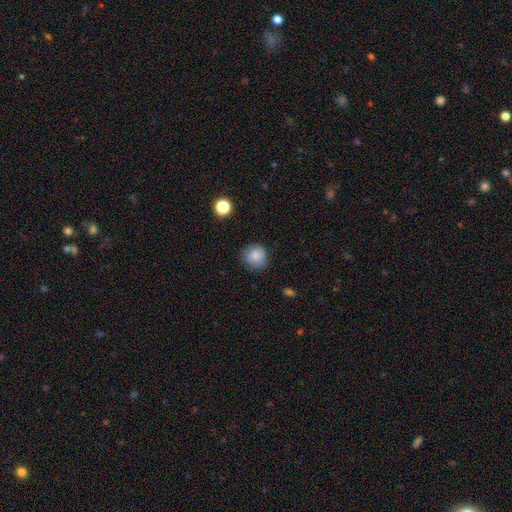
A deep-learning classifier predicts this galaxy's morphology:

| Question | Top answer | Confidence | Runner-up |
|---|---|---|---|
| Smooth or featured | smooth | 85% | star or artifact (9%) |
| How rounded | round | 90% | in between (9%) |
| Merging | none | 81% | minor disturbance (14%) |